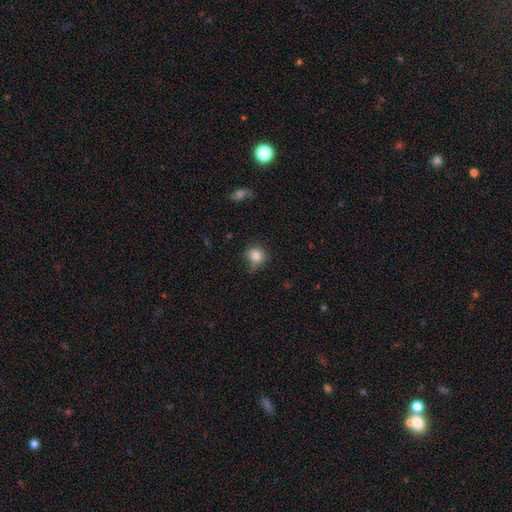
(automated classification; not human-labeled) A smooth galaxy with no disk features (83%) that is round (84%). Merging: none (62%).